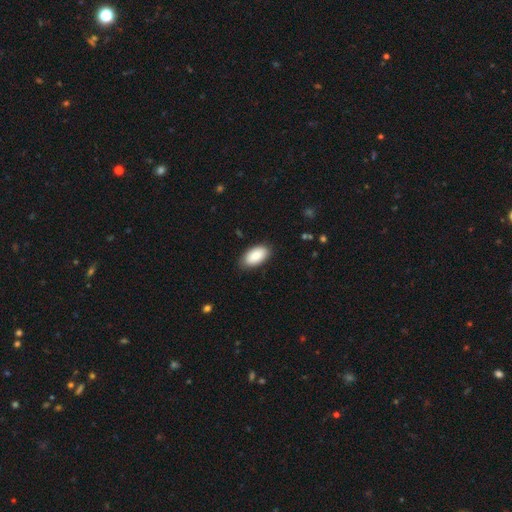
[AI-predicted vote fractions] A smooth galaxy with no disk features (87%) that is in between round and cigar-shaped (95%).

Vote fractions:
- Smooth or featured? smooth: 87% / featured or disk: 7% / star or artifact: 6%
- How rounded? in between: 95% / round: 3% / cigar-shaped: 2%
- Merging? none: 84% / minor disturbance: 13% / major disturbance: 2% / merger: 1%